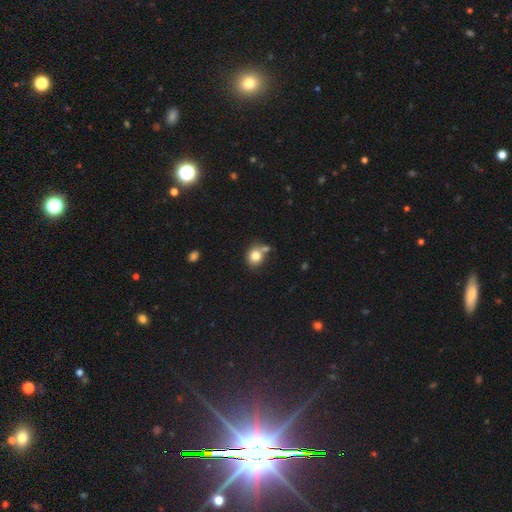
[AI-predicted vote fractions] smooth_or_featured: smooth (p=0.80) [alt: star or artifact p=0.10]
how_rounded: round (p=0.75) [alt: in between p=0.25]
merging: none (p=0.56) [alt: merger p=0.26]